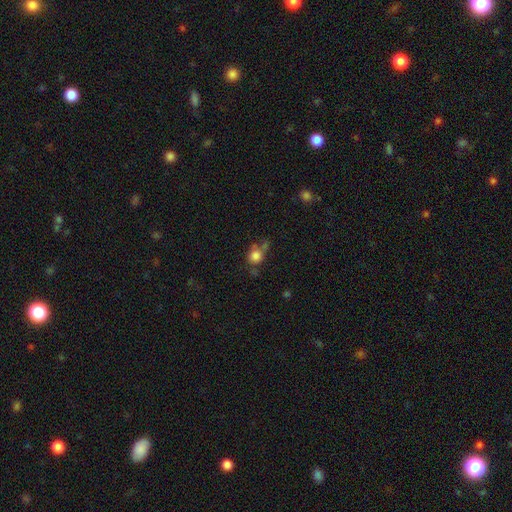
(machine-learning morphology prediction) Overall: smooth (79%). How rounded: round (81%). Merging: none (50%; merger 21%).